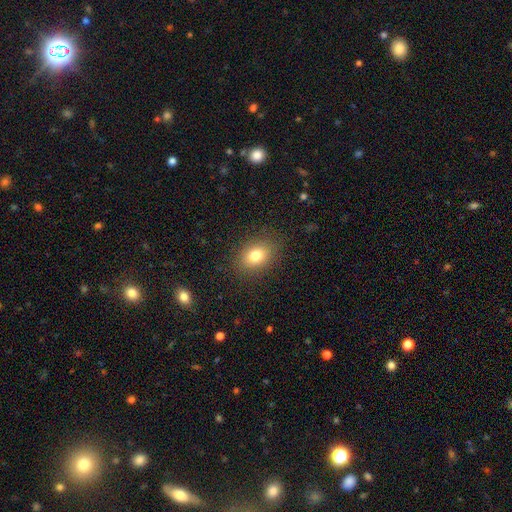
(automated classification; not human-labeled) smooth-or-featured: smooth: 78% | star or artifact: 11% | featured or disk: 10%
  how-rounded: in between: 68% | round: 31% | cigar-shaped: 1%
  merging: none: 87% | minor disturbance: 9% | major disturbance: 3% | merger: 1%